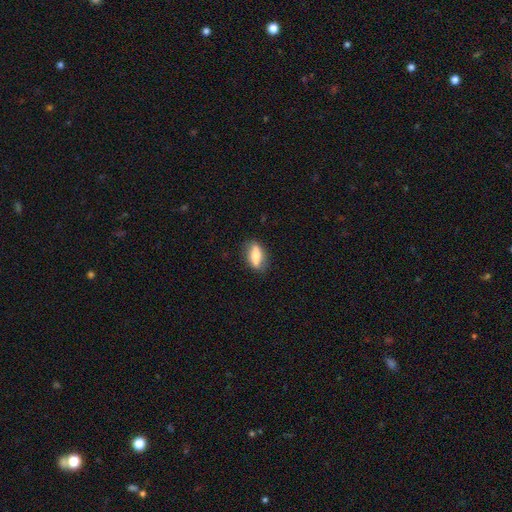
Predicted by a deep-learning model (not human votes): smooth_or_featured: smooth (p=0.71) [alt: featured or disk p=0.22]
how_rounded: in between (p=0.59) [alt: cigar-shaped p=0.37]
merging: none (p=0.81) [alt: minor disturbance p=0.14]